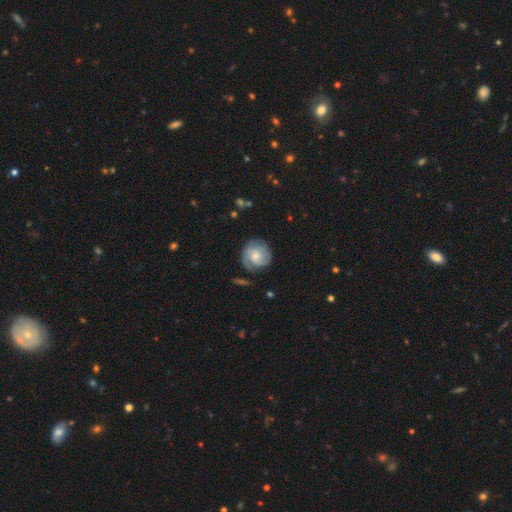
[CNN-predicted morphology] A featured or disk galaxy (55%) with no bar (67%), spiral arms (86%) and a moderate central bulge (51%).

Vote fractions:
- Smooth or featured? featured or disk: 55% / smooth: 38% / star or artifact: 7%
- Edge-on disk? no: 98% / yes: 2%
- Bar? no: 67% / weak: 29% / strong: 4%
- Spiral arms? yes: 86% / no: 14%
- Bulge size? moderate: 51% / small: 34% / large: 8% / none: 5% / dominant: 2%
- Merging? none: 71% / minor disturbance: 19% / major disturbance: 8% / merger: 2%